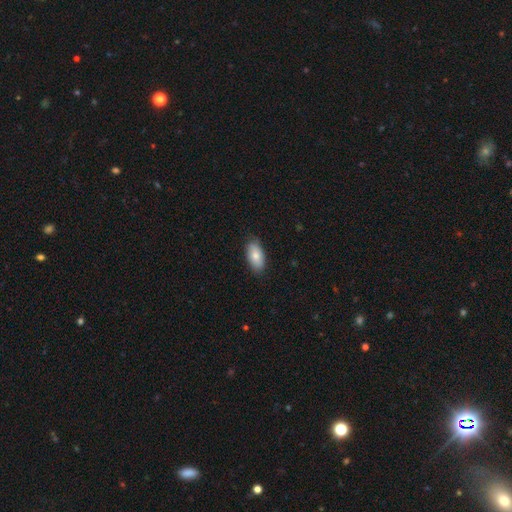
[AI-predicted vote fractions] smooth-or-featured: smooth: 79% | featured or disk: 15% | star or artifact: 7%
  how-rounded: in between: 92% | cigar-shaped: 4% | round: 4%
  merging: none: 83% | minor disturbance: 13% | major disturbance: 2% | merger: 1%